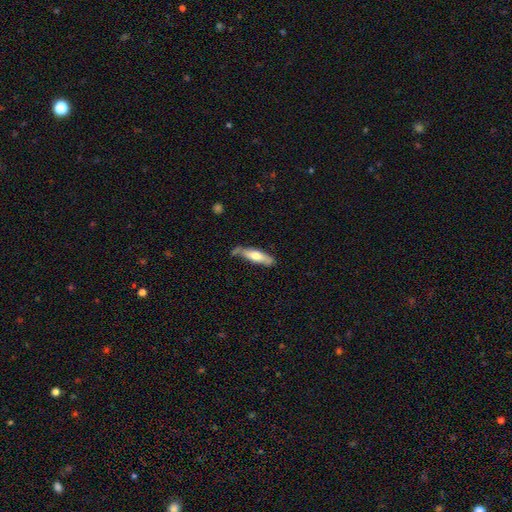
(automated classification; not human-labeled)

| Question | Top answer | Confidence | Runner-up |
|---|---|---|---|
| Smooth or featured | smooth | 60% | featured or disk (35%) |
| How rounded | cigar-shaped | 65% | in between (33%) |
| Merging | none | 63% | minor disturbance (23%) |